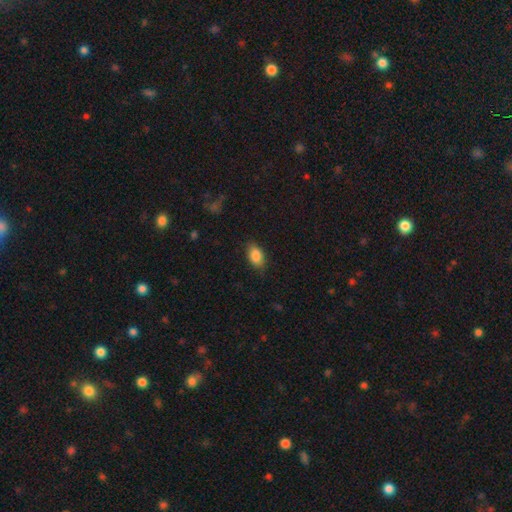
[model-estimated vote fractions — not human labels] Overall: smooth (87%). How rounded: in between (89%). Merging: none (81%).